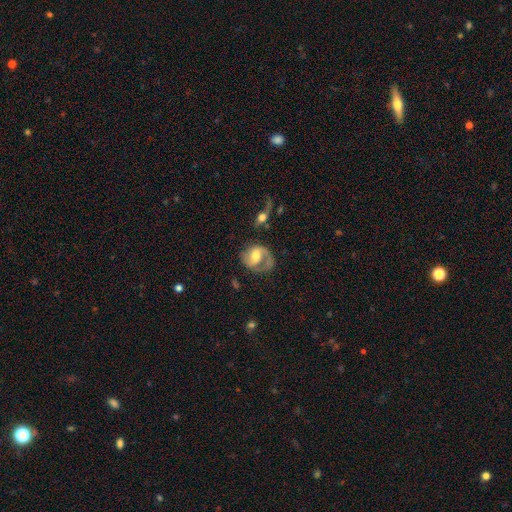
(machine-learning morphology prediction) Overall: featured or disk (77%). Edge-on disk: no (97%). Bar: weak (44%; no 41%). Spiral arms: yes (91%). Spiral arm count: 2 (63%; 1 28%). Spiral winding: medium (48%; loose 28%). Bulge size: moderate (64%). Merging: none (57%; minor disturbance 20%).